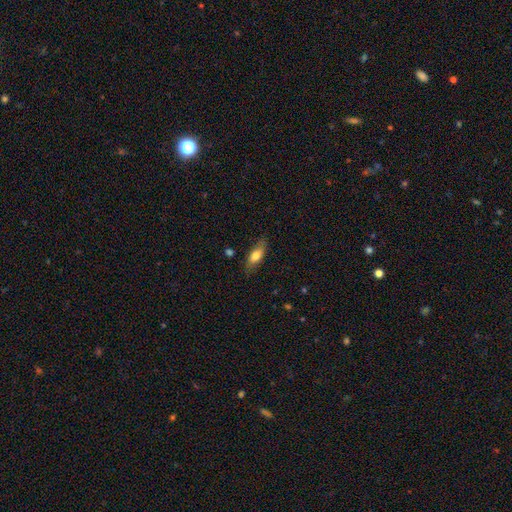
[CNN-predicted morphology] smooth 70%, featured or disk 23%, star or artifact 7%. Down the decision tree: how rounded — in between (75%); merging — none (79%).